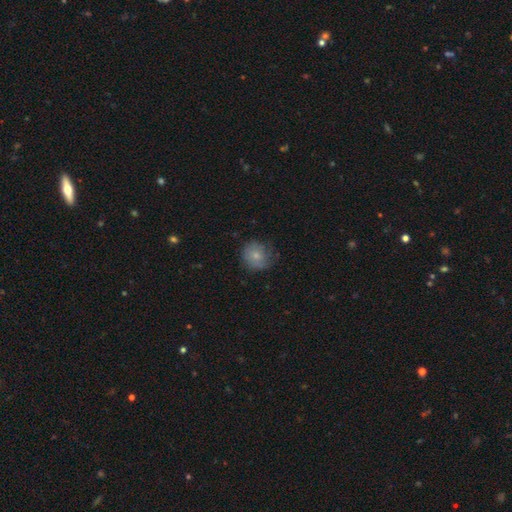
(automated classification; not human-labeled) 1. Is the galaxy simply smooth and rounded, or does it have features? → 74% smooth, 17% featured or disk, 8% star or artifact.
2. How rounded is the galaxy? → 87% round, 12% in between, 1% cigar-shaped.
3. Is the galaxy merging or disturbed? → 66% none, 24% minor disturbance, 8% major disturbance, 1% merger.